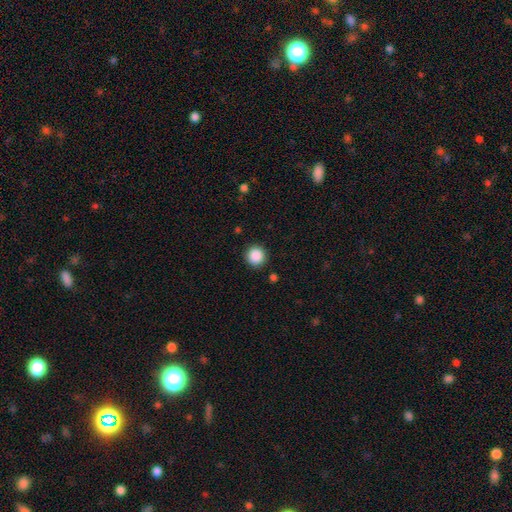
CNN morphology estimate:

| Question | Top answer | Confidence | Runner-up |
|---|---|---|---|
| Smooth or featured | smooth | 88% | star or artifact (9%) |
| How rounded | round | 94% | in between (5%) |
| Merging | none | 91% | minor disturbance (6%) |